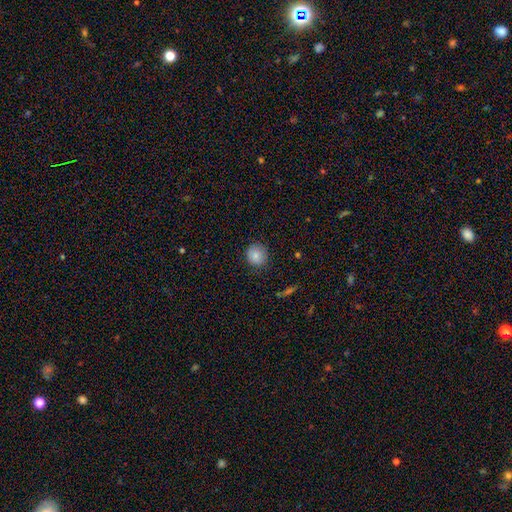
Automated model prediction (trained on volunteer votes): Q: Smooth or featured?
A: smooth (82%); runner-up: featured or disk (9%)
Q: How rounded?
A: round (89%); runner-up: in between (10%)
Q: Merging?
A: none (85%); runner-up: minor disturbance (12%)